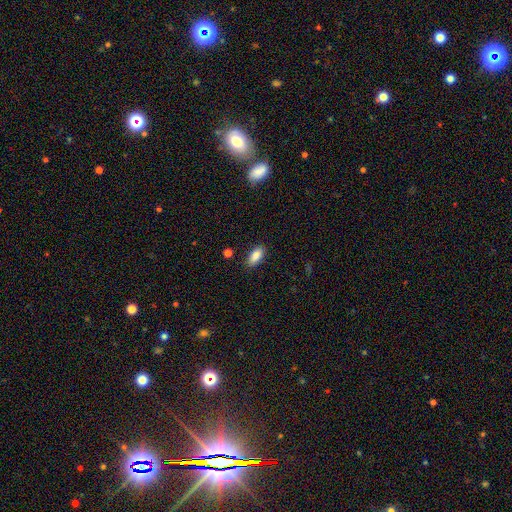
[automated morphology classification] A smooth galaxy with no disk features (87%) that is in between round and cigar-shaped (86%). Merging: none (87%).